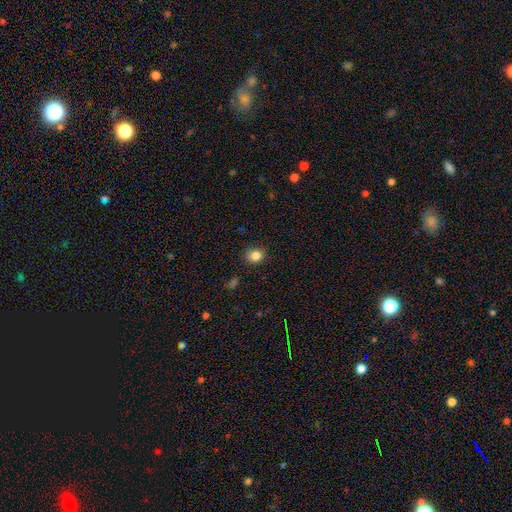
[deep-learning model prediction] smooth_or_featured: smooth (p=0.84) [alt: star or artifact p=0.11]
how_rounded: round (p=0.64) [alt: in between p=0.35]
merging: none (p=0.85) [alt: minor disturbance p=0.11]